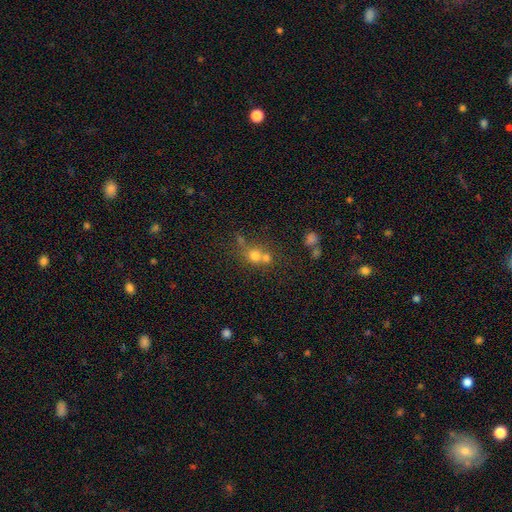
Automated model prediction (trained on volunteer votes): This is likely a smooth galaxy (63%). How rounded: clearly round (81%). Merging: marginally merger (44%, tied with none).